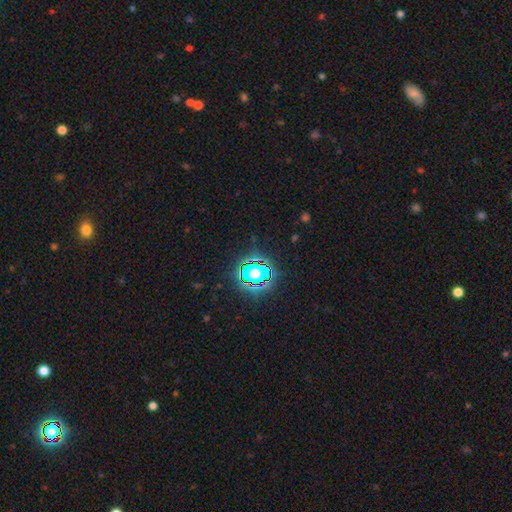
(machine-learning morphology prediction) type=star or artifact (81%).